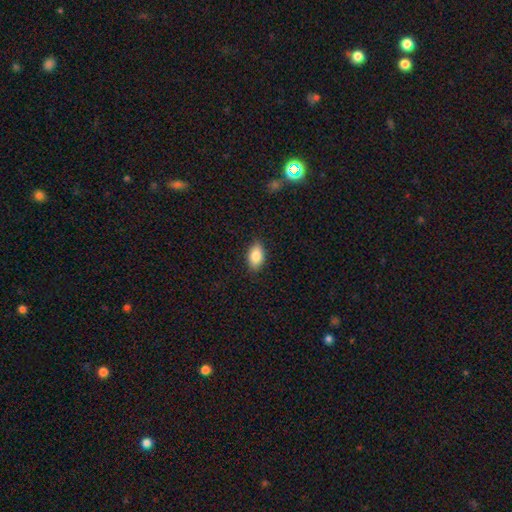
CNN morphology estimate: The model was most divided on "merging": none: 87%, minor disturbance: 10%, major disturbance: 2%, merger: 1%. More confident: how rounded — in between (91%); smooth or featured — smooth (86%).